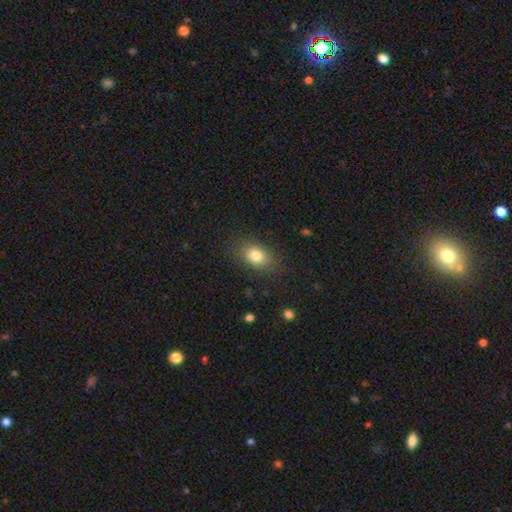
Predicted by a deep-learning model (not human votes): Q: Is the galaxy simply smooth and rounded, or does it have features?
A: smooth — 80%.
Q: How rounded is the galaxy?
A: in between — 74%.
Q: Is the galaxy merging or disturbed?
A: none — 83%.